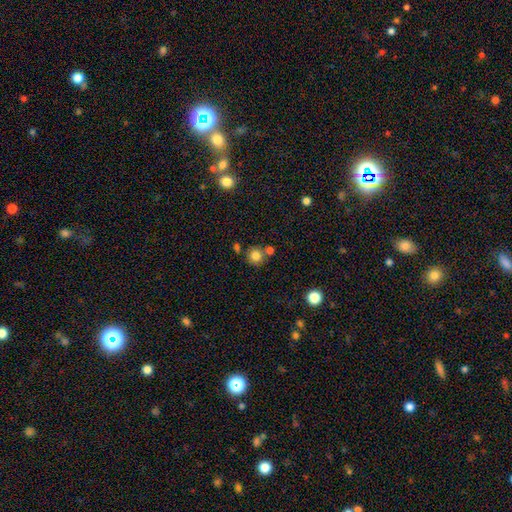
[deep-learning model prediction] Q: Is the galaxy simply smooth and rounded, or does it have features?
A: smooth — 81%.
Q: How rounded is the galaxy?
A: round — 91%.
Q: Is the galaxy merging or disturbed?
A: none — 68%.